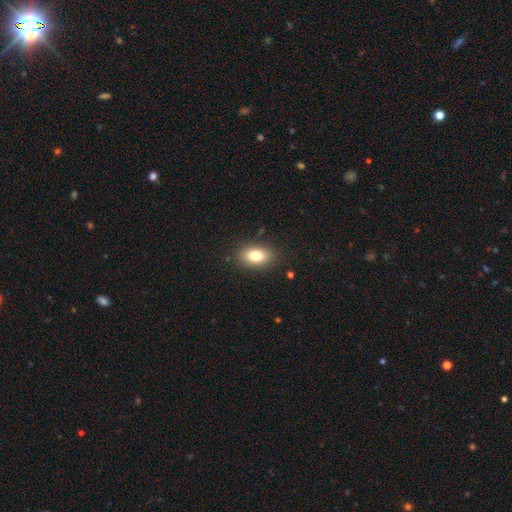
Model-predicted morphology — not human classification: The model was most divided on "smooth or featured": smooth: 79%, featured or disk: 12%, star or artifact: 9%. More confident: merging — none (86%); how rounded — in between (85%).